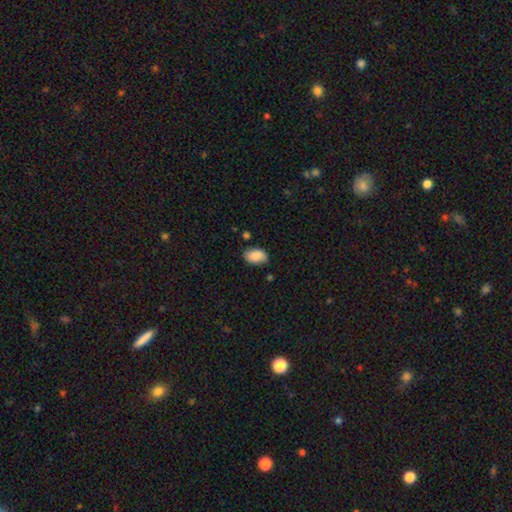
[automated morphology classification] Smooth or featured? Predicted: smooth (p=0.84). How rounded? Predicted: in between (p=0.90). Merging? Predicted: none (p=0.72).